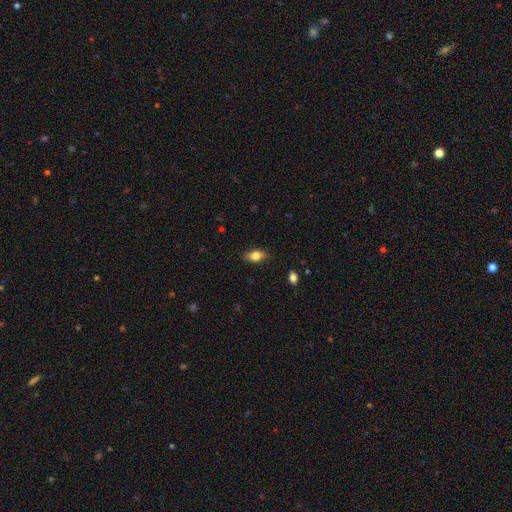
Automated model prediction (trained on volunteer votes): Q: Smooth or featured?
A: smooth (79%); runner-up: featured or disk (13%)
Q: How rounded?
A: in between (82%); runner-up: round (13%)
Q: Merging?
A: none (84%); runner-up: minor disturbance (13%)